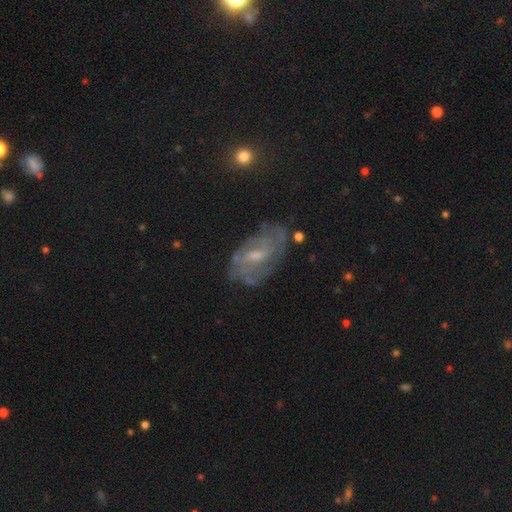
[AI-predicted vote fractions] The model was most divided on "spiral winding": tight: 44%, medium: 40%, loose: 16%. Remaining: edge-on disk — no (95%); spiral arms — yes (88%); smooth or featured — featured or disk (77%); merging — none (69%); bar — weak (55%); bulge size — small (51%); spiral arm count — can't tell (39%).